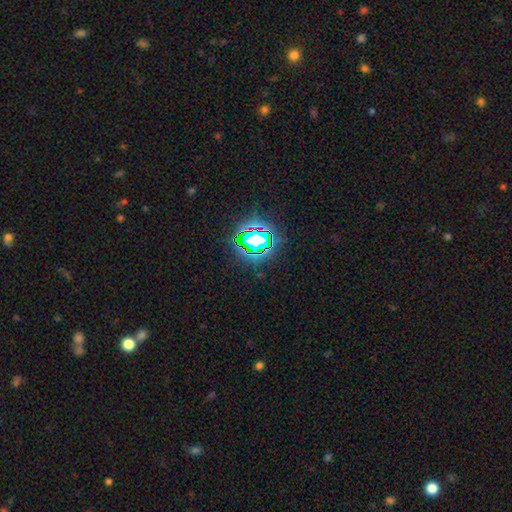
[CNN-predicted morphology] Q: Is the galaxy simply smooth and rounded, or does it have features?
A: star or artifact — 78%.